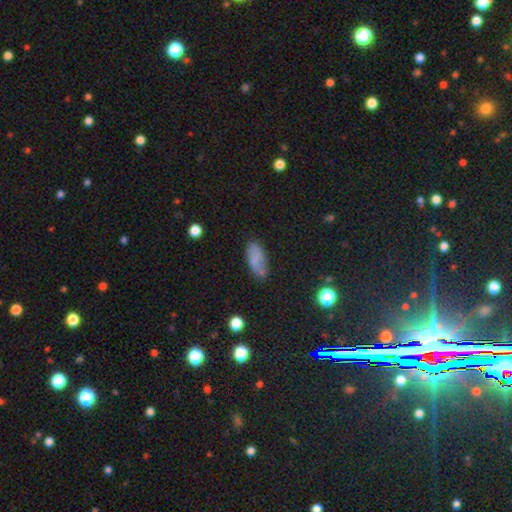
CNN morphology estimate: Smooth or featured?
  - smooth: 68% *
  - featured or disk: 21%
  - star or artifact: 11%
How rounded?
  - in between: 86% *
  - cigar-shaped: 10%
  - round: 3%
Merging?
  - none: 69% *
  - minor disturbance: 21%
  - major disturbance: 7%
  - merger: 3%